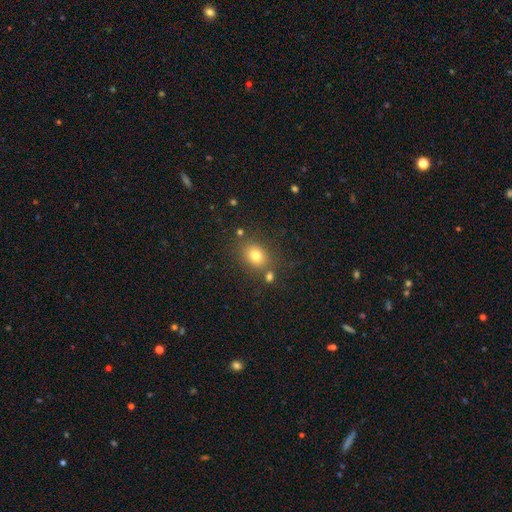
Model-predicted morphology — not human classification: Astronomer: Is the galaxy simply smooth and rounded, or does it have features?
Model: smooth — 77%.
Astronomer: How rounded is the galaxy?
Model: round — 55% (runner-up: in between, 44%).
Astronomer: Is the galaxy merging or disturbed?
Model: none — 74%.